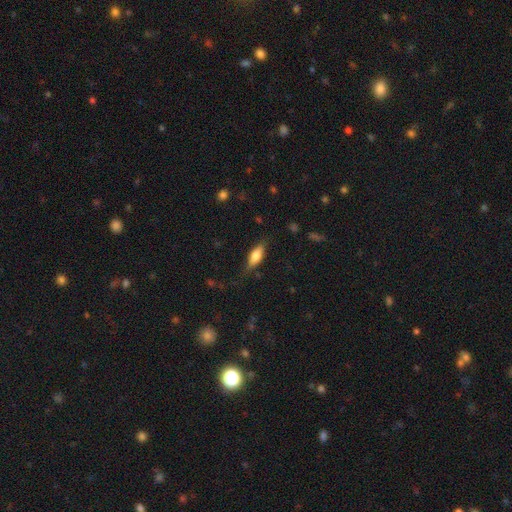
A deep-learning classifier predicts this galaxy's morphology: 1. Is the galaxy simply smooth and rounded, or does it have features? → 71% smooth, 22% featured or disk, 7% star or artifact.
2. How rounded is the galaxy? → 67% in between, 30% cigar-shaped, 3% round.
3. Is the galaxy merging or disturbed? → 74% none, 19% minor disturbance, 5% major disturbance, 1% merger.